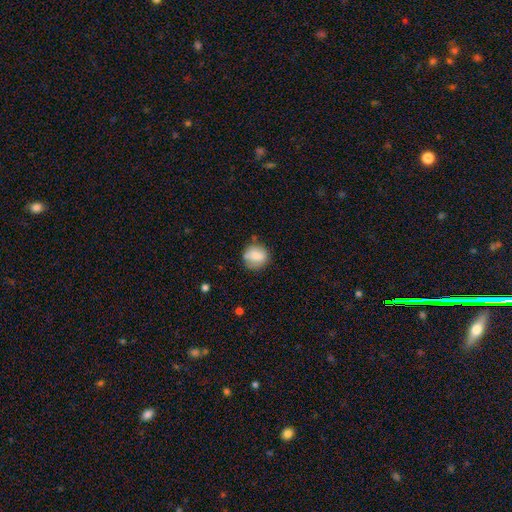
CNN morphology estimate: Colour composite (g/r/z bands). It shows a smooth galaxy with no disk features (79%) that is round (82%). Merging: none (68%).